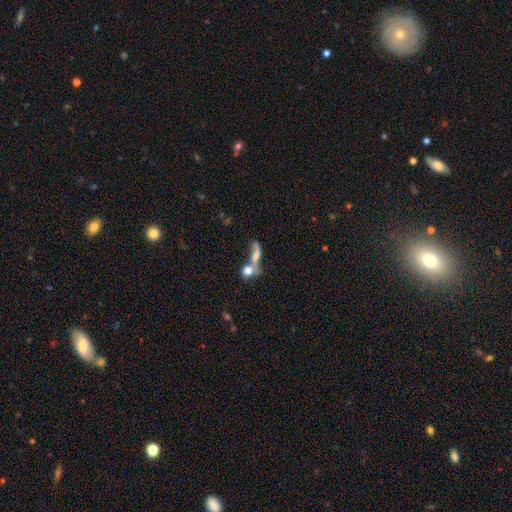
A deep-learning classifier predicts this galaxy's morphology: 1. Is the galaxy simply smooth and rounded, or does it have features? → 57% smooth, 31% featured or disk, 12% star or artifact.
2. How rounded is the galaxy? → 46% in between, 28% cigar-shaped, 26% round.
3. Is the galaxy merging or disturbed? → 64% merger, 18% none, 11% major disturbance, 7% minor disturbance.